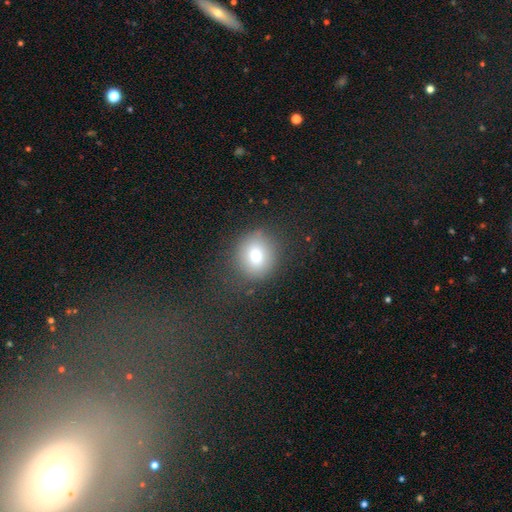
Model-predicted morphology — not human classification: Smooth or featured? smooth (77%)
How rounded? round (82%)
Merging? none (81%)